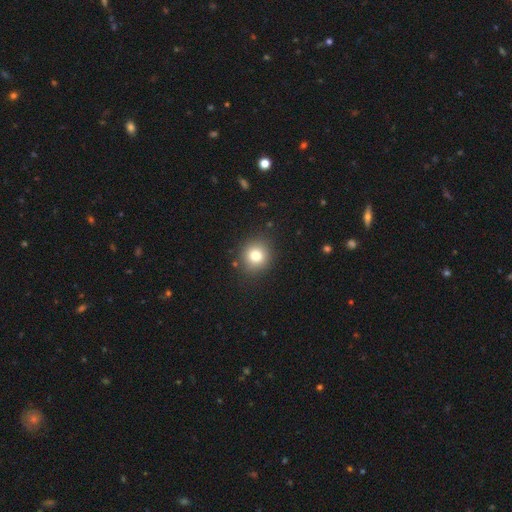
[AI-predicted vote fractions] Q: Smooth or featured?
A: smooth (80%); runner-up: star or artifact (12%)
Q: How rounded?
A: round (86%); runner-up: in between (13%)
Q: Merging?
A: none (88%); runner-up: minor disturbance (8%)